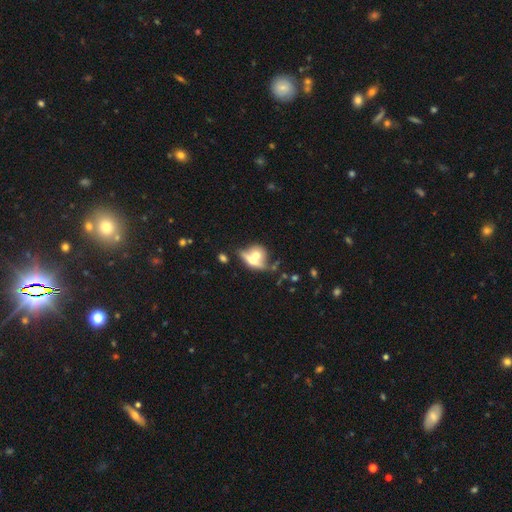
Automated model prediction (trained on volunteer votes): smooth-or-featured: smooth: 52% | featured or disk: 39% | star or artifact: 9%
  how-rounded: in between: 46% | round: 44% | cigar-shaped: 10%
  merging: merger: 59% | none: 26% | minor disturbance: 9% | major disturbance: 6%